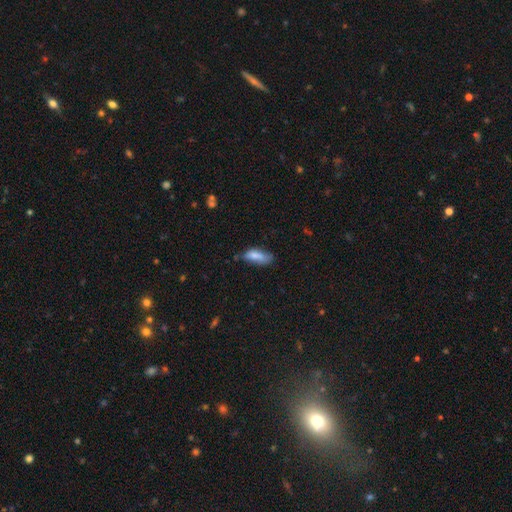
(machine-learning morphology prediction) Smooth or featured? smooth (75%)
How rounded? in between (72%)
Merging? none (43%)